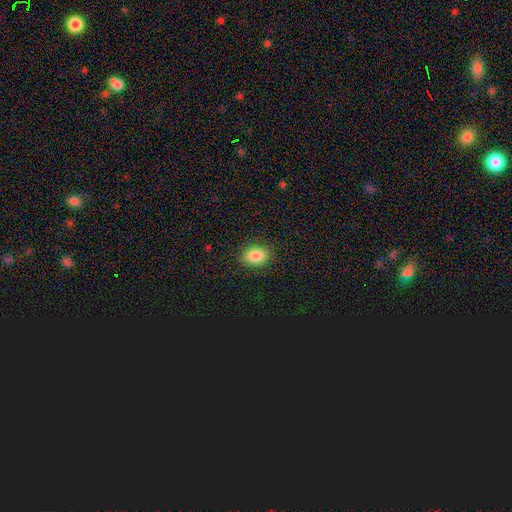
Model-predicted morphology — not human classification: A smooth galaxy with no disk features (86%) that is in between round and cigar-shaped (71%). Merging: none (89%).